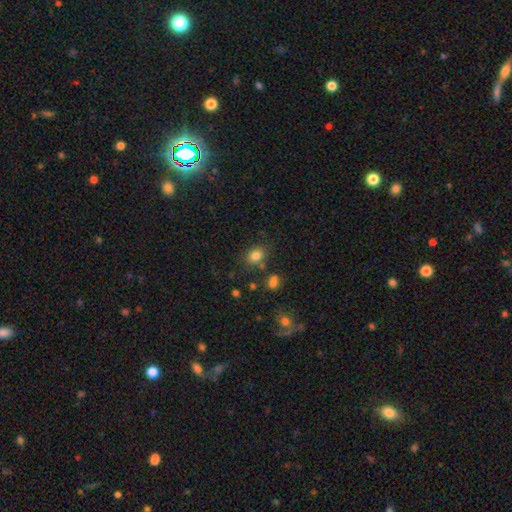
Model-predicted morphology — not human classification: Smooth or featured? Predicted: smooth (p=0.81). How rounded? Predicted: in between (p=0.54). Merging? Predicted: none (p=0.78).